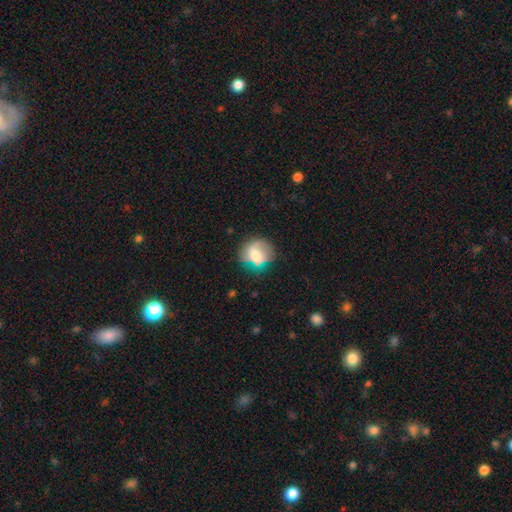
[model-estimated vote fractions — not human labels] Smooth or featured? Predicted: smooth (p=0.57). How rounded? Predicted: round (p=0.79). Merging? Predicted: none (p=0.61).